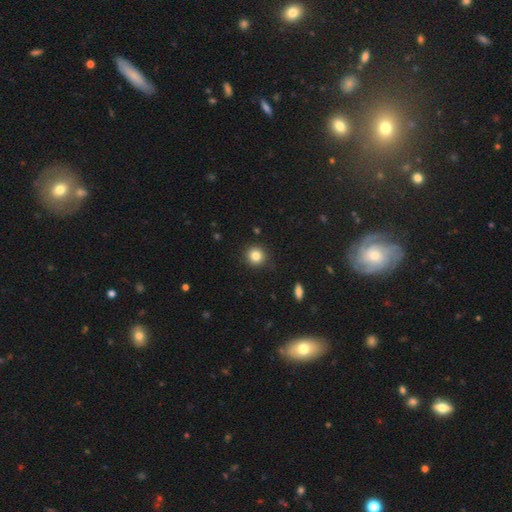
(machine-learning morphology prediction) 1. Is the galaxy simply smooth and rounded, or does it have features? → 83% smooth, 11% star or artifact, 6% featured or disk.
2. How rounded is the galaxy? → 93% round, 6% in between, 1% cigar-shaped.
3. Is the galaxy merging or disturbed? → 91% none, 6% minor disturbance, 2% major disturbance, 1% merger.